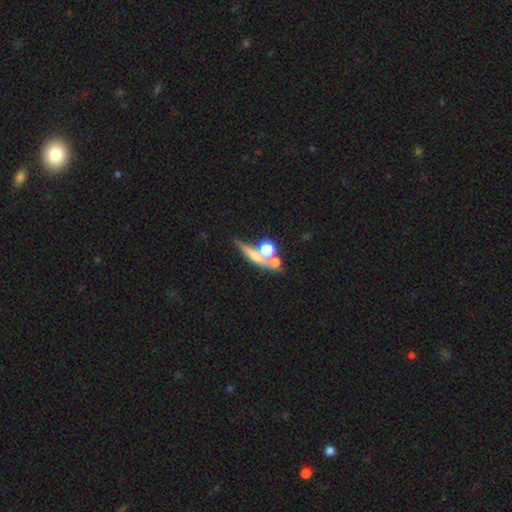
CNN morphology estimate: This appears to be a smooth galaxy with no disk features (47%). Merging: none (53%).